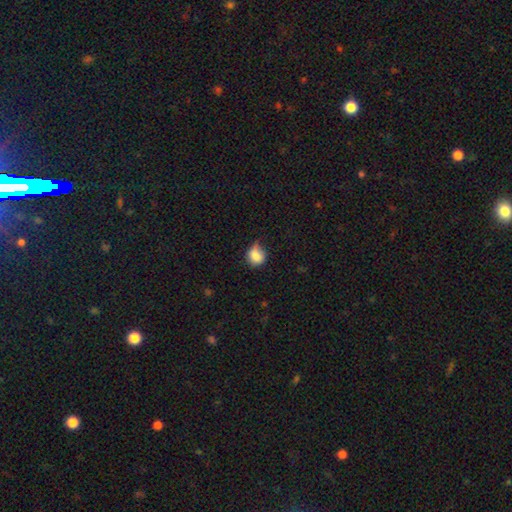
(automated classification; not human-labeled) The model was most divided on "merging" (2-way tie): minor disturbance: 42%, none: 42%, major disturbance: 13%, merger: 3%. More confident: smooth or featured — smooth (83%); how rounded — round (70%).